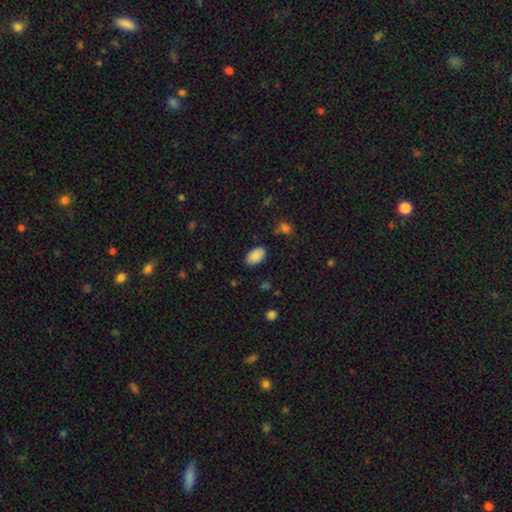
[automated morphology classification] Smooth or featured? smooth (88%)
How rounded? in between (93%)
Merging? none (85%)